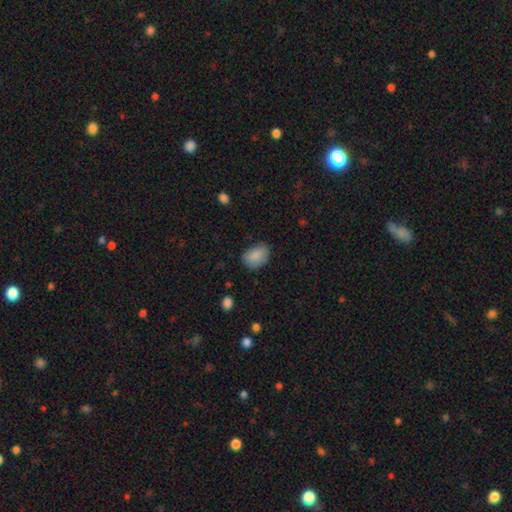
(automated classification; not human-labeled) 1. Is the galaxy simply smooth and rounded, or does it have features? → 85% smooth, 8% featured or disk, 7% star or artifact.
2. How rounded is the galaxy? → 77% in between, 22% round, 1% cigar-shaped.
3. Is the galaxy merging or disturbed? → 70% none, 24% minor disturbance, 5% major disturbance, 1% merger.